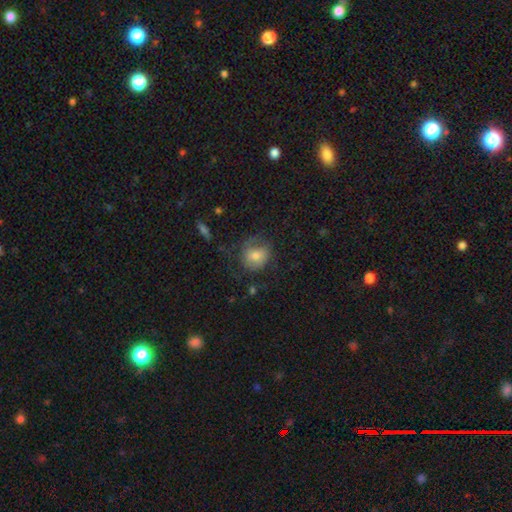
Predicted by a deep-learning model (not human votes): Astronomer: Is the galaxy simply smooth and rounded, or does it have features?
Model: smooth — 47% (runner-up: featured or disk, 43%).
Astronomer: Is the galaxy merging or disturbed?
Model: none — 58%.